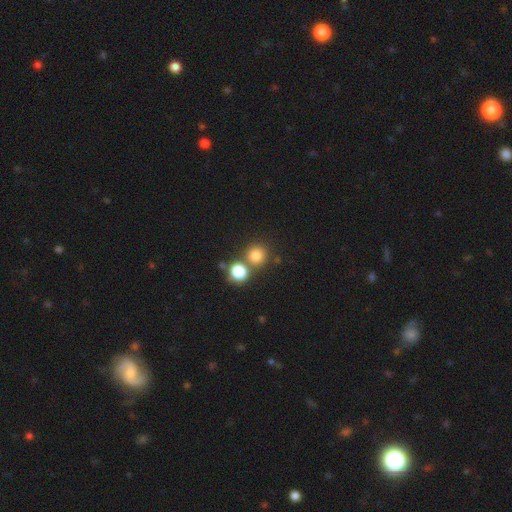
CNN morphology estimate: Smooth or featured: smooth — 79% (star or artifact — 15%)
How rounded: round — 89% (in between — 10%)
Merging: none — 61% (merger — 29%)